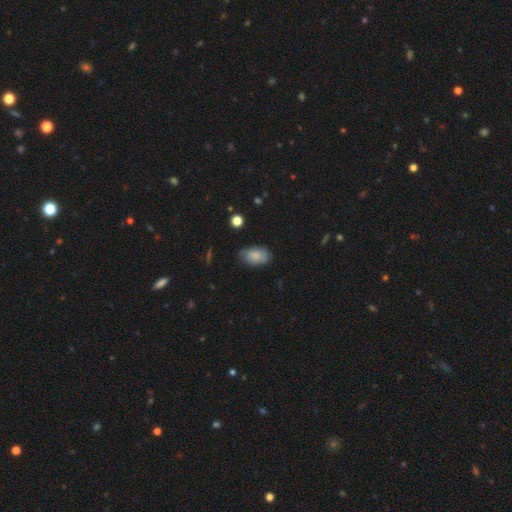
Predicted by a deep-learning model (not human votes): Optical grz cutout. It shows a smooth galaxy with no disk features (82%) that is in between round and cigar-shaped (92%). Merging: none (79%).